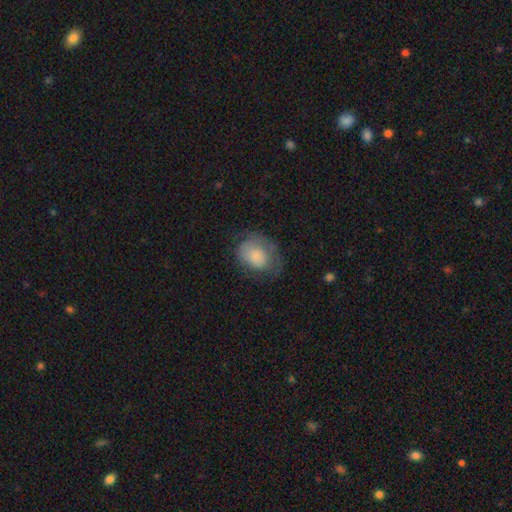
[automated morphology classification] smooth-or-featured: smooth: 71% | featured or disk: 22% | star or artifact: 7%
  how-rounded: in between: 63% | round: 36% | cigar-shaped: 1%
  merging: none: 49% | minor disturbance: 29% | major disturbance: 20% | merger: 1%